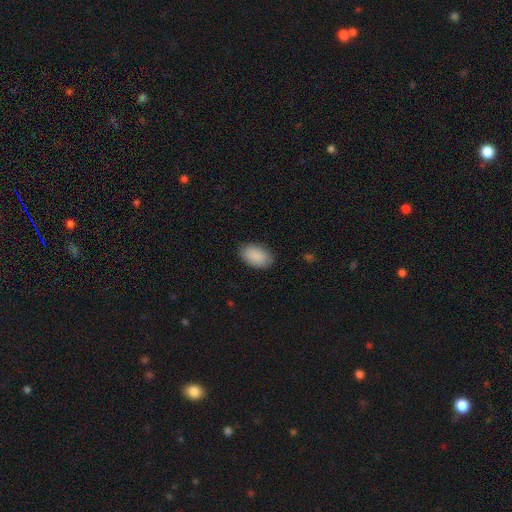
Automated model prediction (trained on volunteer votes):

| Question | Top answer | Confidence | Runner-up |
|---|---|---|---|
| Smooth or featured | smooth | 90% | star or artifact (6%) |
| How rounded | in between | 92% | round (7%) |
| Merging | none | 86% | minor disturbance (11%) |